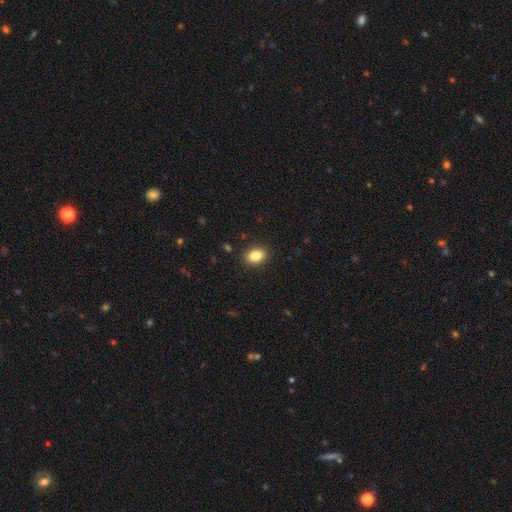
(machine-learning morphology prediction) Smooth or featured: smooth — 85% (star or artifact — 9%)
How rounded: in between — 78% (round — 21%)
Merging: none — 89% (minor disturbance — 8%)